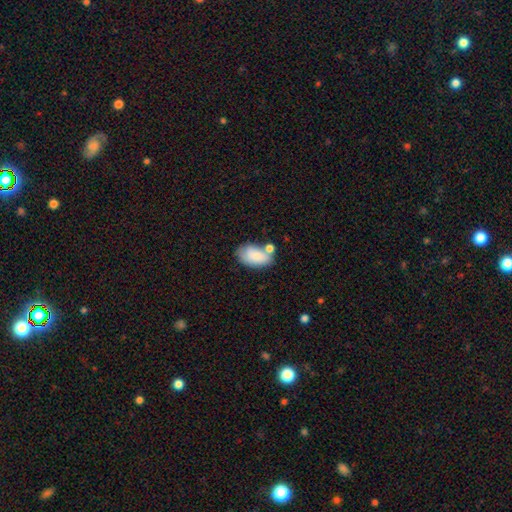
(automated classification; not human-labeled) The model was most divided on "merging": none: 45%, merger: 25%, minor disturbance: 21%, major disturbance: 8%. More confident: how rounded — in between (93%); smooth or featured — smooth (80%).